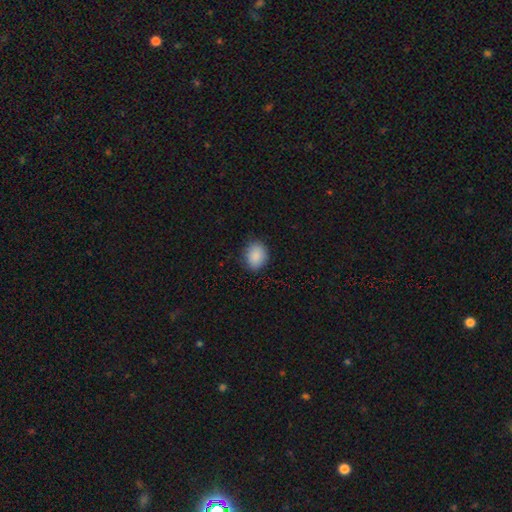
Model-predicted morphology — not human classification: smooth_or_featured: smooth (p=0.89) [alt: star or artifact p=0.07]
how_rounded: in between (p=0.50) [alt: round p=0.49]
merging: none (p=0.84) [alt: minor disturbance p=0.13]